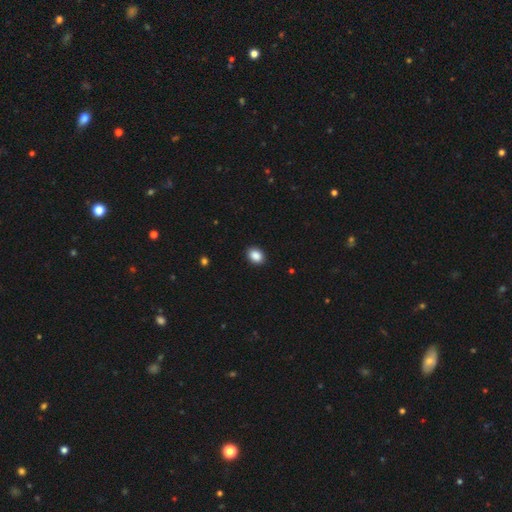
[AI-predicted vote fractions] smooth 88%, star or artifact 9%, featured or disk 3%. Down the decision tree: how rounded — in between (62%); merging — none (90%).